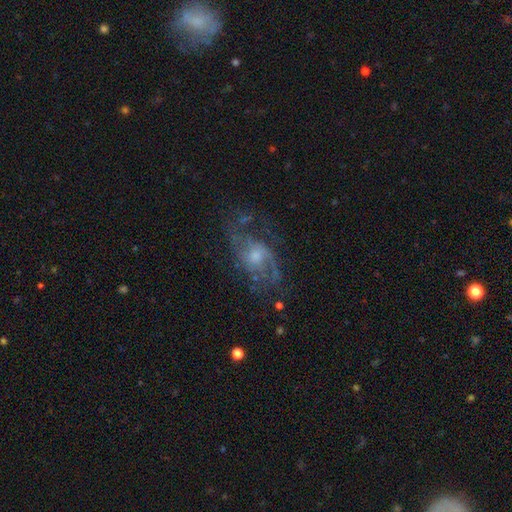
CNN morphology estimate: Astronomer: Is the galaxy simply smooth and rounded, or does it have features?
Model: featured or disk — 74%.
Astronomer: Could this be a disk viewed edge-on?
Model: no — 95%.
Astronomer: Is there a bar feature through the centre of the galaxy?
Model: no — 71%.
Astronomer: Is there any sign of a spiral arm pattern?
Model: yes — 77%.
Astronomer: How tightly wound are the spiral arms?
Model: medium — 42% (runner-up: loose, 39%).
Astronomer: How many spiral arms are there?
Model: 2 — 51% (runner-up: can't tell, 26%).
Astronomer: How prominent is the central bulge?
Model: moderate — 49% (runner-up: small, 38%).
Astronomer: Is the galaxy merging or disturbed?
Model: none — 53%.